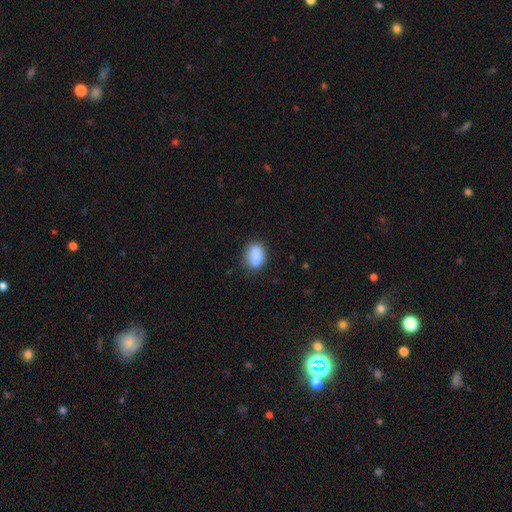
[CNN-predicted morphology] type=smooth (87%); roundness=in between (73%); merging=none (77%).